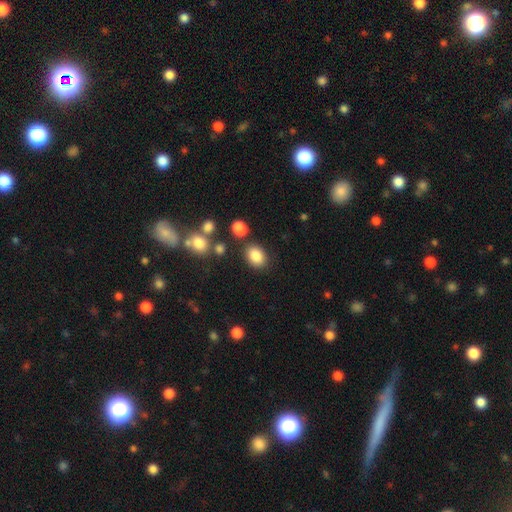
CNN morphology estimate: smooth-or-featured: smooth: 85% | star or artifact: 10% | featured or disk: 5%
  how-rounded: in between: 70% | round: 29% | cigar-shaped: 1%
  merging: none: 79% | minor disturbance: 11% | merger: 6% | major disturbance: 4%